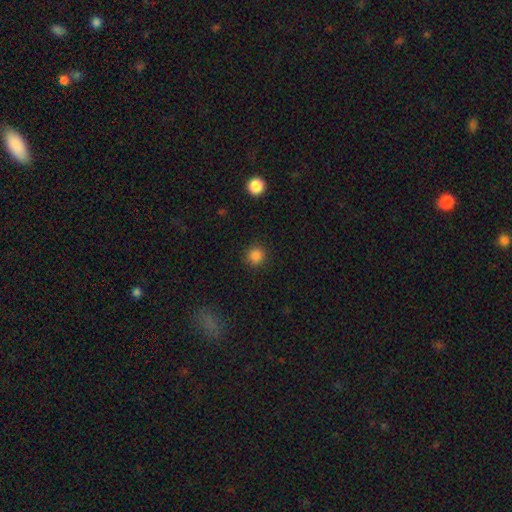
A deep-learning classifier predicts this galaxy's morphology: The model was most divided on "smooth or featured": smooth: 85%, star or artifact: 12%, featured or disk: 4%. More confident: how rounded — round (94%); merging — none (91%).